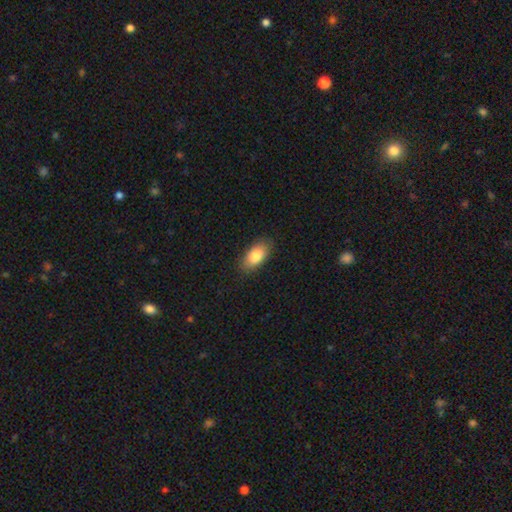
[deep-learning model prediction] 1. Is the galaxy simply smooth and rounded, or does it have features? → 83% smooth, 10% featured or disk, 7% star or artifact.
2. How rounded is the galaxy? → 92% in between, 4% cigar-shaped, 4% round.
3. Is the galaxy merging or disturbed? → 86% none, 11% minor disturbance, 2% major disturbance, 1% merger.